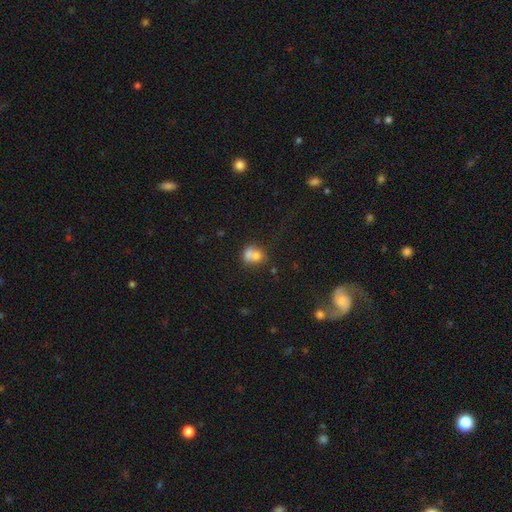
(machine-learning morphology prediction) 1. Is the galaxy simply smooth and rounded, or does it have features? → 70% smooth, 19% featured or disk, 11% star or artifact.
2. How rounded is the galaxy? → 56% round, 43% in between, 1% cigar-shaped.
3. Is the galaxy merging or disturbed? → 60% merger, 25% none, 9% minor disturbance, 5% major disturbance.